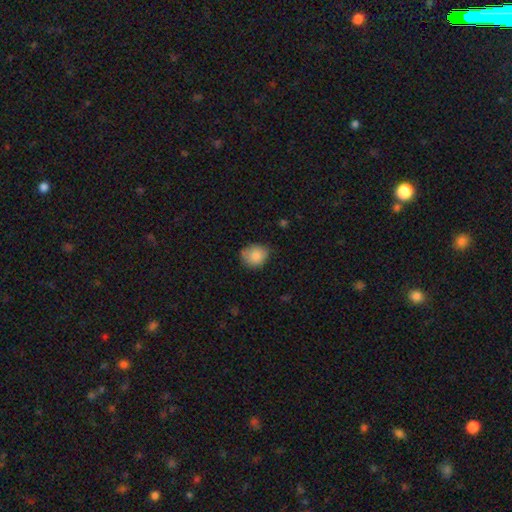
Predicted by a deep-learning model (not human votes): Smooth or featured? smooth (84%)
How rounded? round (64%)
Merging? none (68%)